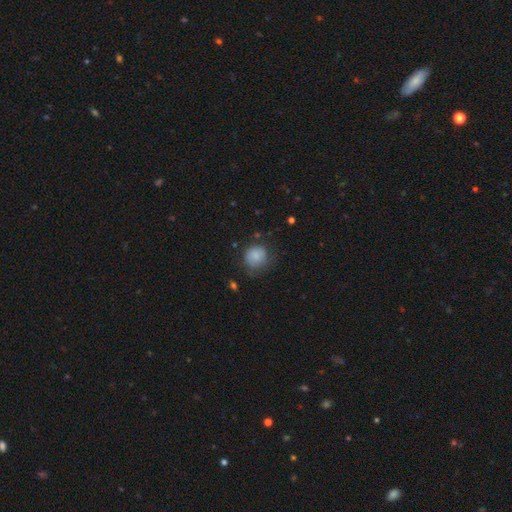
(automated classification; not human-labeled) Morphology: type=smooth (81%); roundness=round (84%); merging=none (63%).